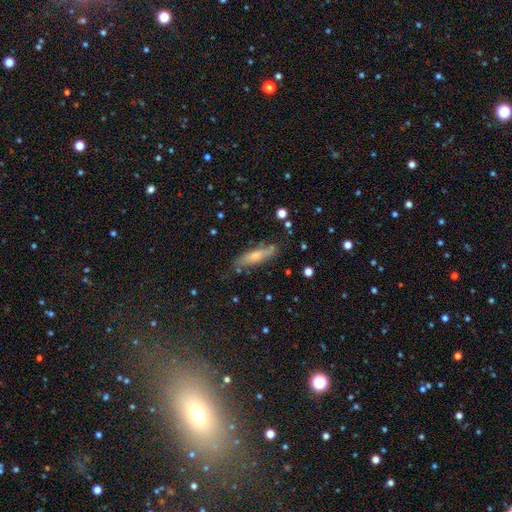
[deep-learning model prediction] This is possibly a smooth galaxy (56%). How rounded: likely cigar-shaped (65%). Merging: likely none (73%).